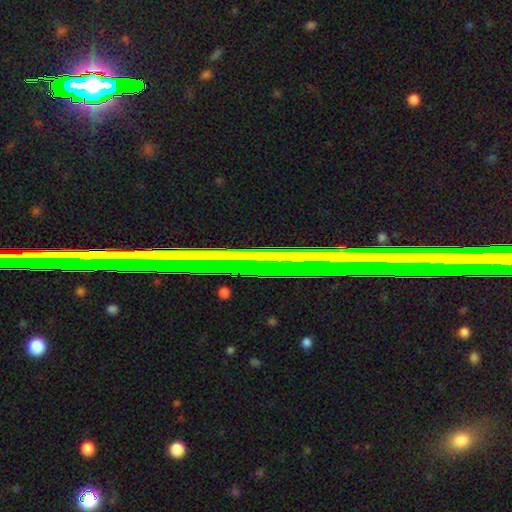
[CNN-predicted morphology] This appears to be a star or artifact, not a galaxy (77%).